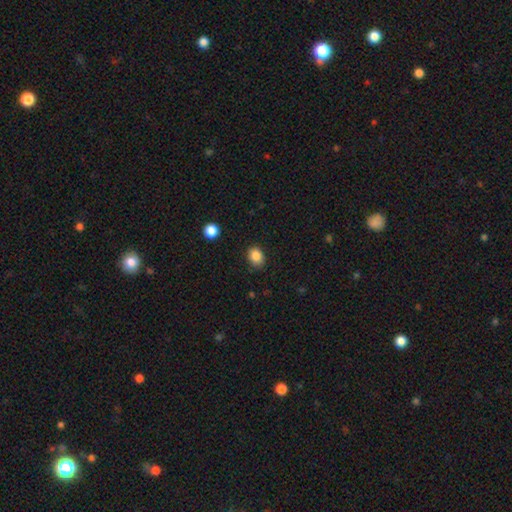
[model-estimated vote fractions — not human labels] The model was most divided on "how rounded": in between: 53%, round: 46%, cigar-shaped: 1%. More confident: smooth or featured — smooth (86%); merging — none (84%).